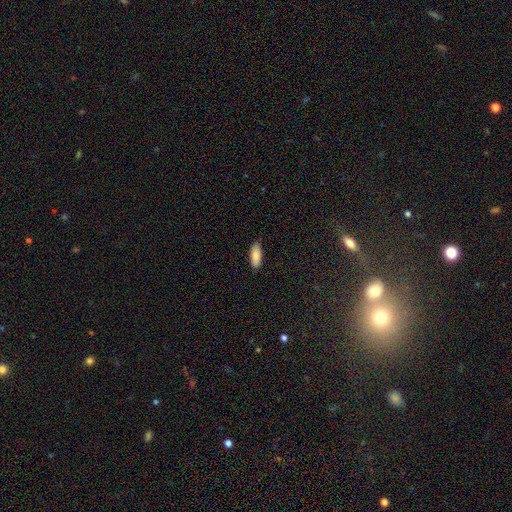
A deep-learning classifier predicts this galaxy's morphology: This is clearly a smooth galaxy (86%). How rounded: likely in between (73%). Merging: clearly none (87%).